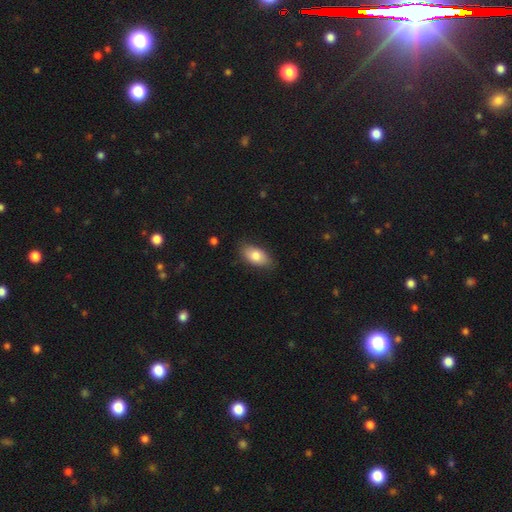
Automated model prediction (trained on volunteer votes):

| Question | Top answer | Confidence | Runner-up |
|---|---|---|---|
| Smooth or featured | smooth | 80% | featured or disk (14%) |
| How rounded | in between | 91% | cigar-shaped (5%) |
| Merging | none | 84% | minor disturbance (13%) |